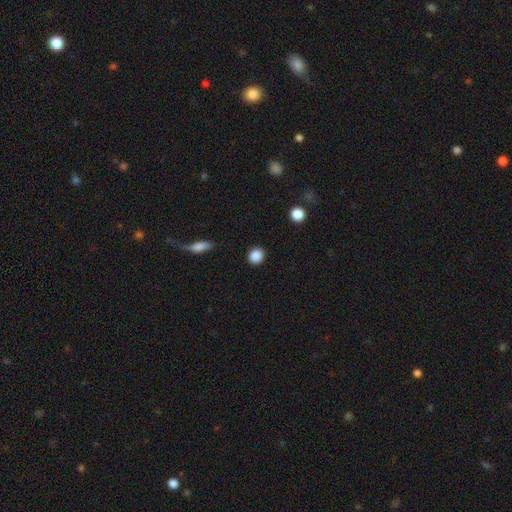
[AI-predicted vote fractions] A smooth galaxy with no disk features (88%) that is round (75%). Merging: none (89%).